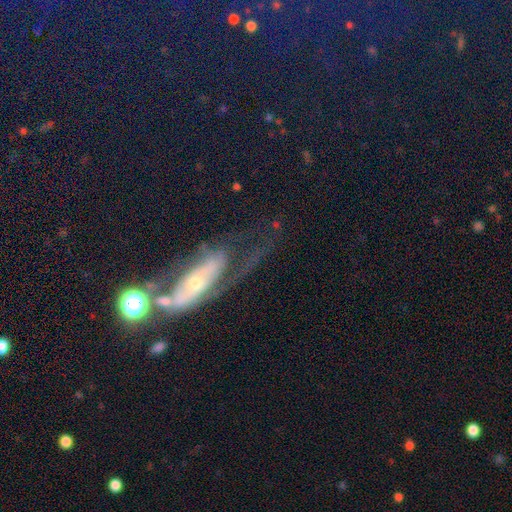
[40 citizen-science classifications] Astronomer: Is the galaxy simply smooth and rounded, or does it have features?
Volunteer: featured or disk — 72%.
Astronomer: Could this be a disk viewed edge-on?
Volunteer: no — 69%.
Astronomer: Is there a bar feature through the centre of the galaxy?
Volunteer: no — 95%.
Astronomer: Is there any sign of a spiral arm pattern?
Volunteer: no — 60% (runner-up: yes, 40%).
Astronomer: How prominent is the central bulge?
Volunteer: small — 60% (runner-up: moderate, 40%).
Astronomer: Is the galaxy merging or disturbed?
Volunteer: major disturbance — 41% (runner-up: none, 35%).